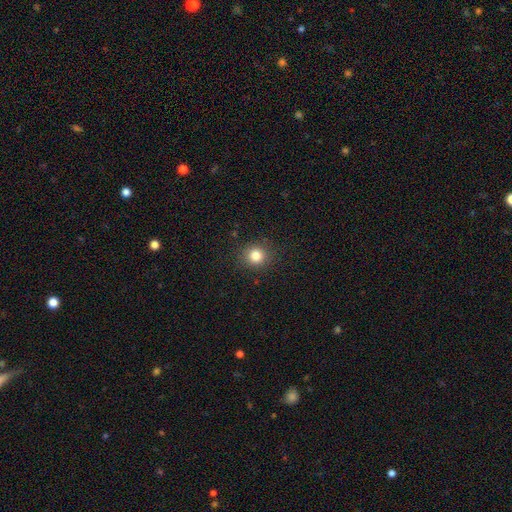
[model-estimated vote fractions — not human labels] The model was most divided on "smooth or featured": smooth: 82%, star or artifact: 12%, featured or disk: 6%. More confident: merging — none (89%); how rounded — round (87%).